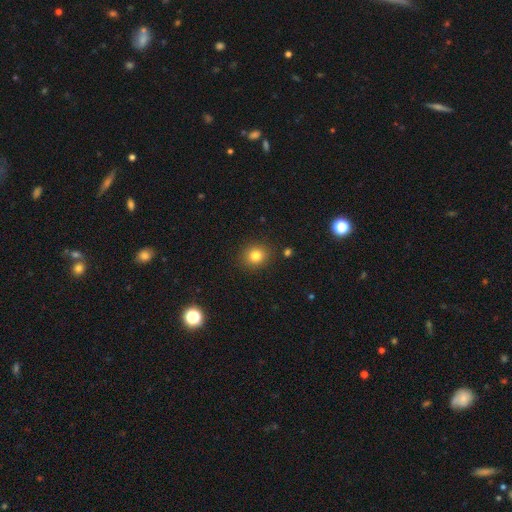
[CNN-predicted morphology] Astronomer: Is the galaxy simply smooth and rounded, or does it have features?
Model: smooth — 81%.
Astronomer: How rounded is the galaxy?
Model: round — 81%.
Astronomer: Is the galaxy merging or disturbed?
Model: none — 89%.